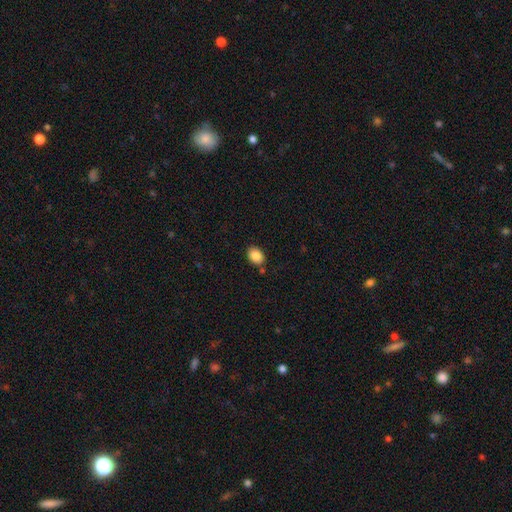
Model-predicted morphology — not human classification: A smooth galaxy with no disk features (87%) that is in between round and cigar-shaped (74%). Merging: none (81%).